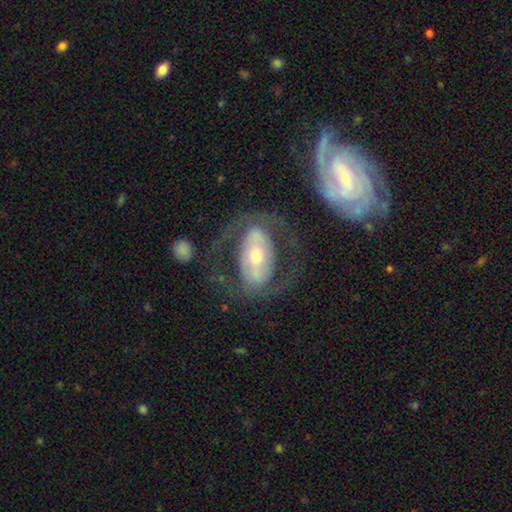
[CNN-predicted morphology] This is likely a featured or disk galaxy (73%). It is clearly not viewed edge-on (94%). Bar: marginally strong (38%). Spiral arm pattern: likely yes (64%). Central bulge: possibly moderate (55%). Merging: possibly none (58%).